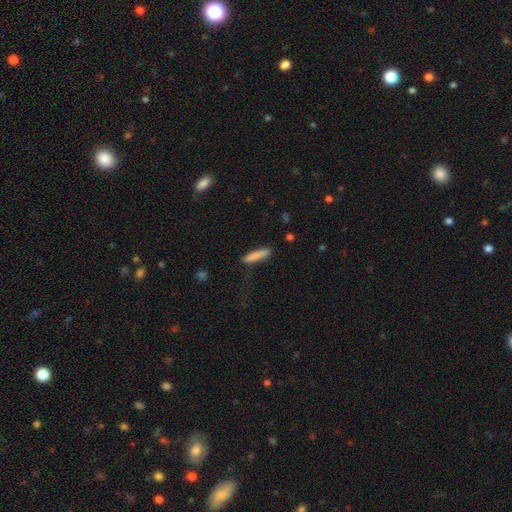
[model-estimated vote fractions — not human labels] Smooth or featured? Predicted: smooth (p=0.84). How rounded? Predicted: cigar-shaped (p=0.83). Merging? Predicted: none (p=0.82).